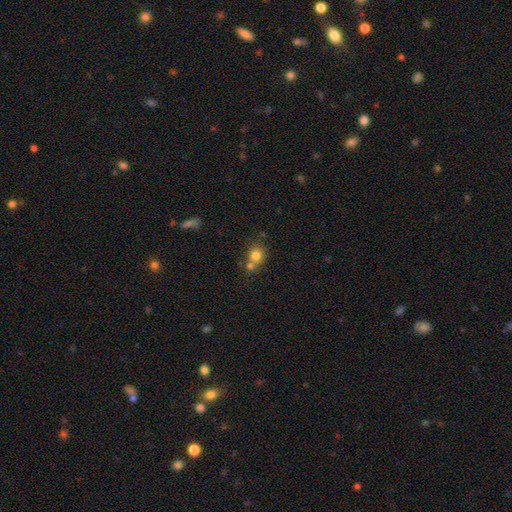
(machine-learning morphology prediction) Overall: smooth (79%). How rounded: round (80%). Merging: none (51%; merger 36%).